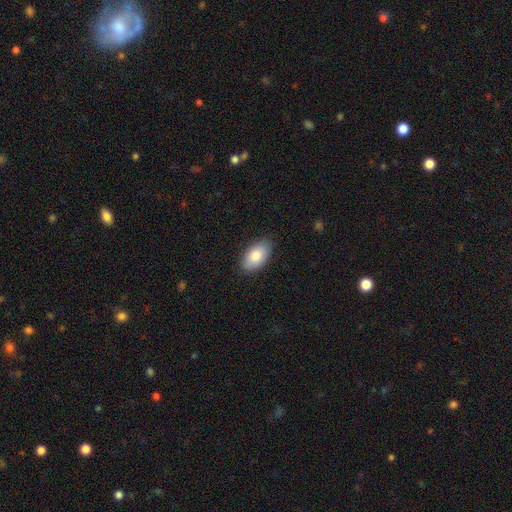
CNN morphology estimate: This appears to be a smooth galaxy with no disk features (83%) that is in between round and cigar-shaped (94%). Merging: none (84%).